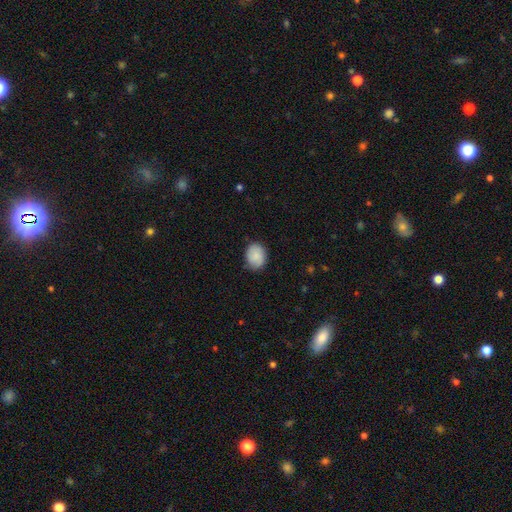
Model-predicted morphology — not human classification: Smooth or featured?
  - smooth: 83% *
  - featured or disk: 10%
  - star or artifact: 7%
How rounded?
  - in between: 55% *
  - round: 44%
  - cigar-shaped: 1%
Merging?
  - none: 77% *
  - minor disturbance: 19%
  - major disturbance: 4%
  - merger: 1%